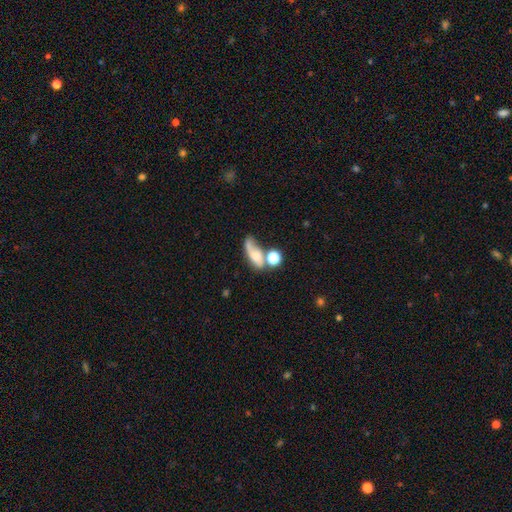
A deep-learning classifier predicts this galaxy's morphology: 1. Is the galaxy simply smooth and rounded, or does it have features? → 48% smooth, 40% featured or disk, 12% star or artifact.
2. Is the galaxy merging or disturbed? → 33% merger, 30% none, 20% major disturbance, 17% minor disturbance.